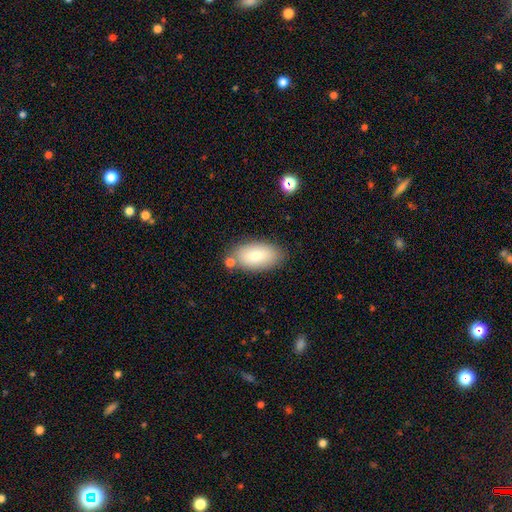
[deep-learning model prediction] smooth_or_featured: smooth (p=0.78) [alt: featured or disk p=0.15]
how_rounded: in between (p=0.94) [alt: round p=0.04]
merging: none (p=0.75) [alt: minor disturbance p=0.14]